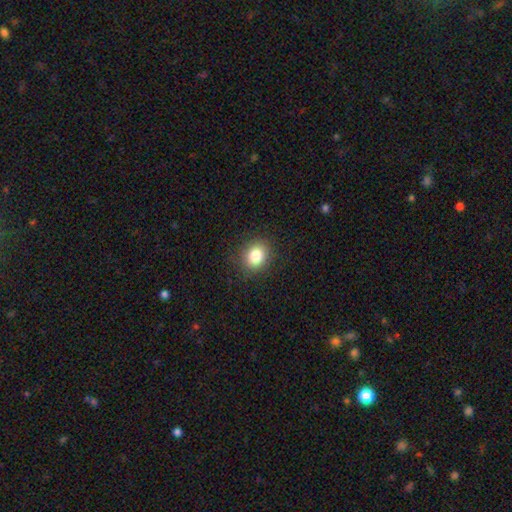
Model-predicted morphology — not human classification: The model was most divided on "how rounded": round: 64%, in between: 35%, cigar-shaped: 1%. More confident: merging — none (88%); smooth or featured — smooth (83%).